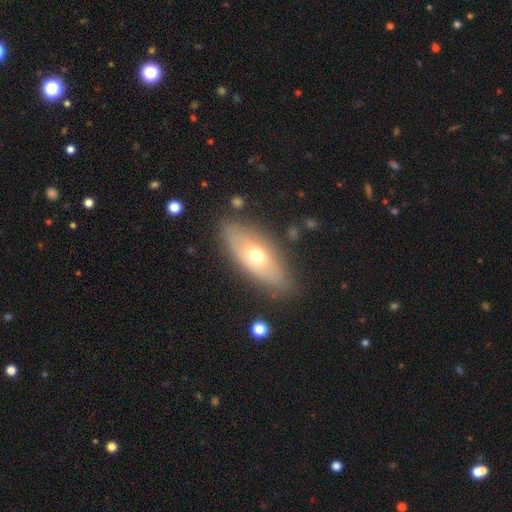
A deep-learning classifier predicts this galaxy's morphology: smooth-or-featured: smooth: 52% | featured or disk: 41% | star or artifact: 7%
  how-rounded: in between: 79% | cigar-shaped: 16% | round: 5%
  merging: none: 81% | minor disturbance: 13% | major disturbance: 4% | merger: 2%